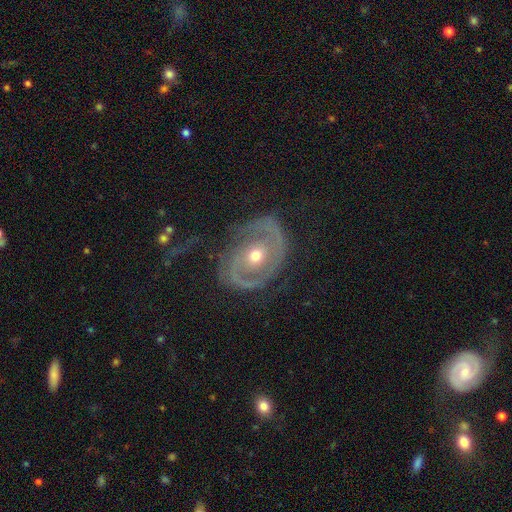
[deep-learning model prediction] This is clearly a featured or disk galaxy (83%). It is clearly not viewed edge-on (96%). Bar: likely no (73%). Spiral arm pattern: clearly yes (82%). Spiral arm count: likely 2 (72%). Spiral winding: possibly tight (47%). Central bulge: likely moderate (62%). Merging: likely none (64%).